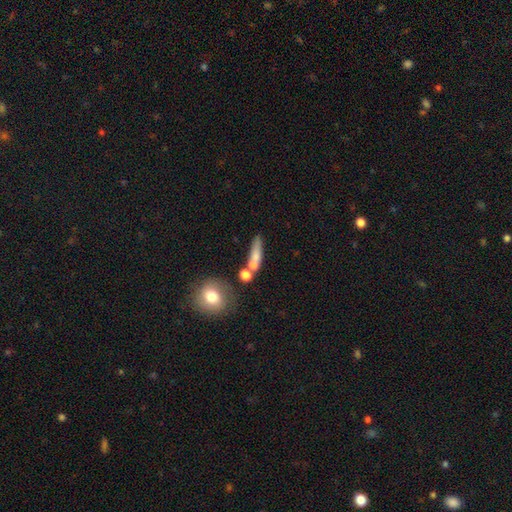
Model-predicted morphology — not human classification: A smooth galaxy with no disk features (66%) that is cigar-shaped (55%). Merging: none (52%).